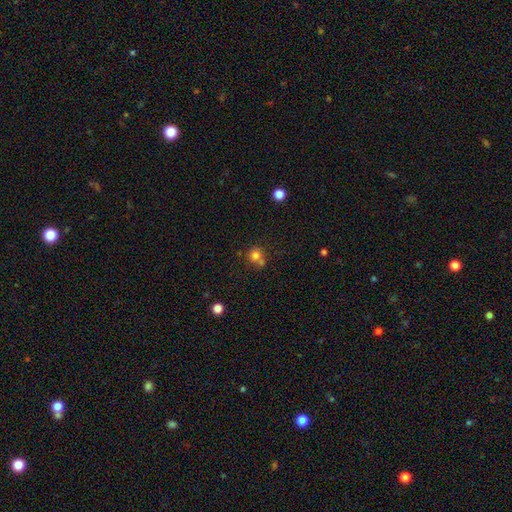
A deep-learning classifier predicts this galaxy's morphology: Q: Smooth or featured?
A: smooth (77%); runner-up: star or artifact (14%)
Q: How rounded?
A: round (83%); runner-up: in between (16%)
Q: Merging?
A: none (51%); runner-up: merger (29%)